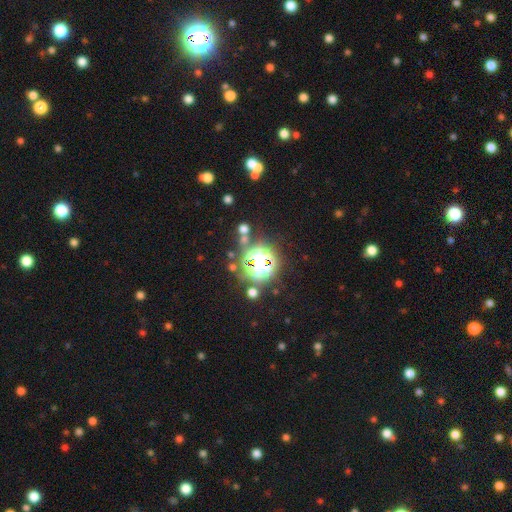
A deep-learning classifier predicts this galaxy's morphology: smooth-or-featured: star or artifact: 82% | smooth: 12% | featured or disk: 6%